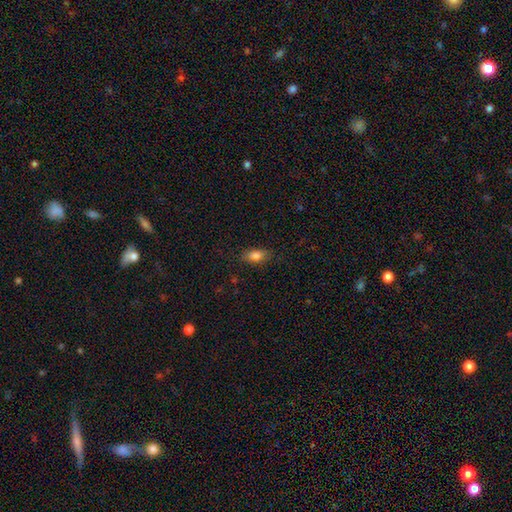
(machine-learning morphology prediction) Overall: smooth (82%). How rounded: in between (85%). Merging: none (82%).